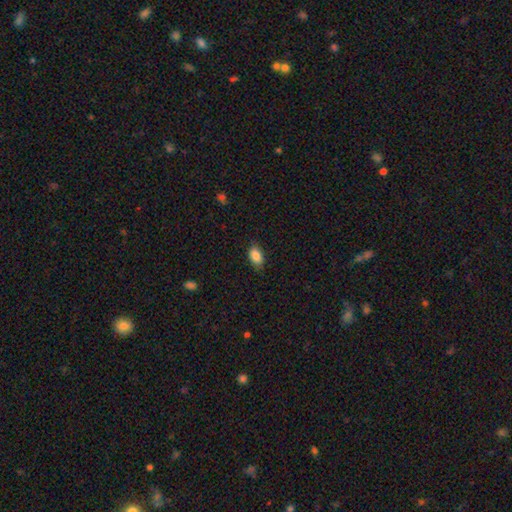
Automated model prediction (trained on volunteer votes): A smooth galaxy with no disk features (88%) that is in between round and cigar-shaped (92%).

Vote fractions:
- Smooth or featured? smooth: 88% / star or artifact: 7% / featured or disk: 5%
- How rounded? in between: 92% / round: 6% / cigar-shaped: 3%
- Merging? none: 82% / minor disturbance: 14% / major disturbance: 3% / merger: 1%